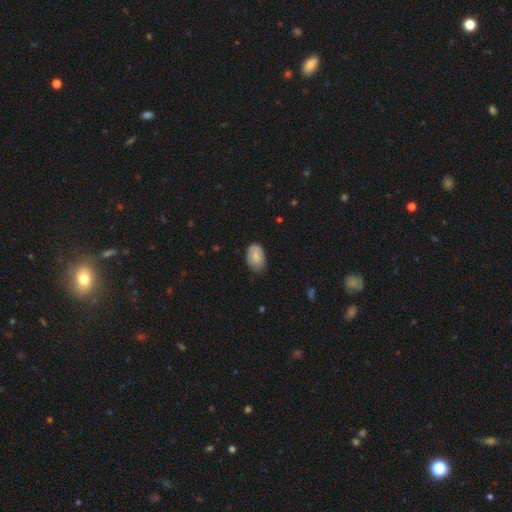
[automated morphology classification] A smooth galaxy with no disk features (77%) that is in between round and cigar-shaped (88%).

Vote fractions:
- Smooth or featured? smooth: 77% / featured or disk: 17% / star or artifact: 6%
- How rounded? in between: 88% / round: 10% / cigar-shaped: 1%
- Merging? none: 73% / minor disturbance: 22% / major disturbance: 4% / merger: 1%